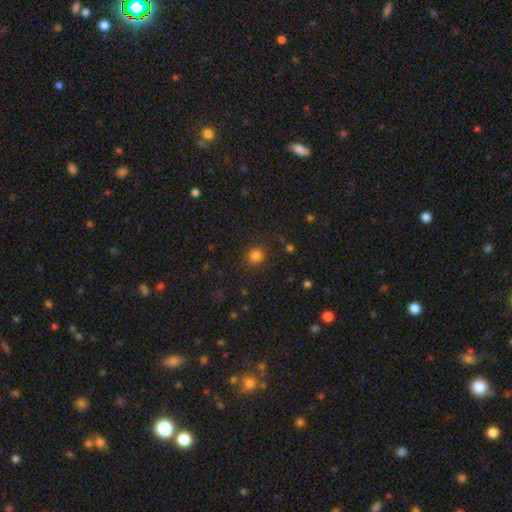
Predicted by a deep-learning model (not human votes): Morphology: type=smooth (82%); roundness=round (88%); merging=none (87%).